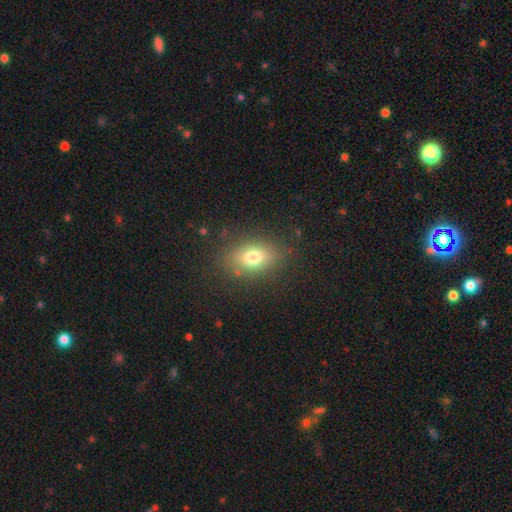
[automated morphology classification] smooth 75%, featured or disk 12%, star or artifact 12%. Down the decision tree: how rounded — in between (78%); merging — none (82%).